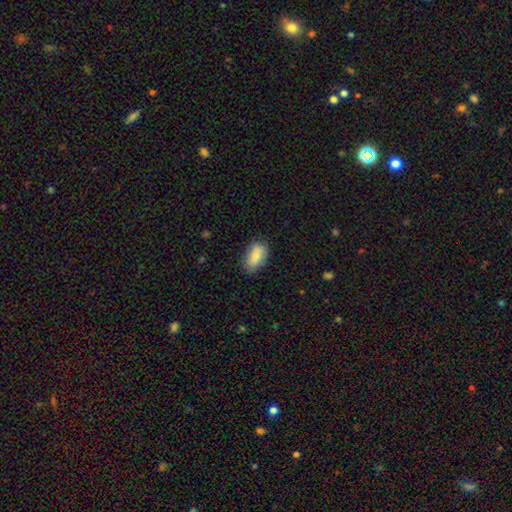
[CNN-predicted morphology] This is clearly a smooth galaxy (81%). How rounded: clearly in between (92%). Merging: likely none (80%).